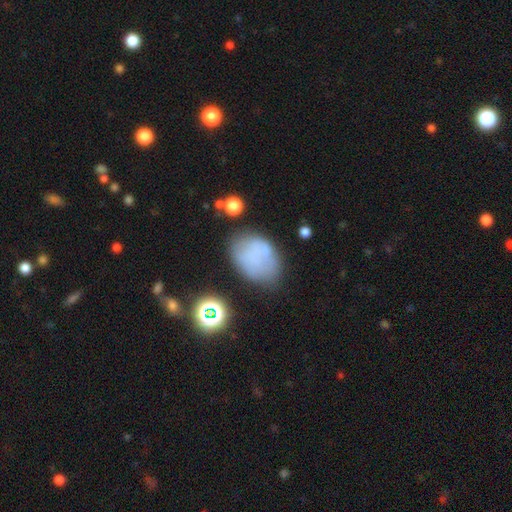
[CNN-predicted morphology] smooth_or_featured: smooth (p=0.66) [alt: featured or disk p=0.20]
how_rounded: in between (p=0.77) [alt: round p=0.22]
merging: none (p=0.56) [alt: minor disturbance p=0.27]